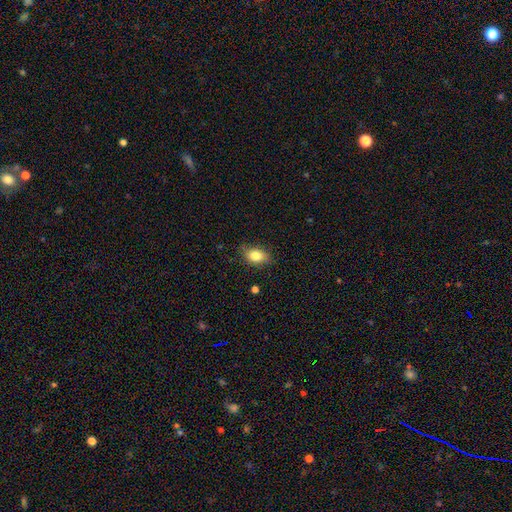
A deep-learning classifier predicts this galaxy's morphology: Smooth or featured? Predicted: smooth (p=0.83). How rounded? Predicted: in between (p=0.83). Merging? Predicted: none (p=0.77).